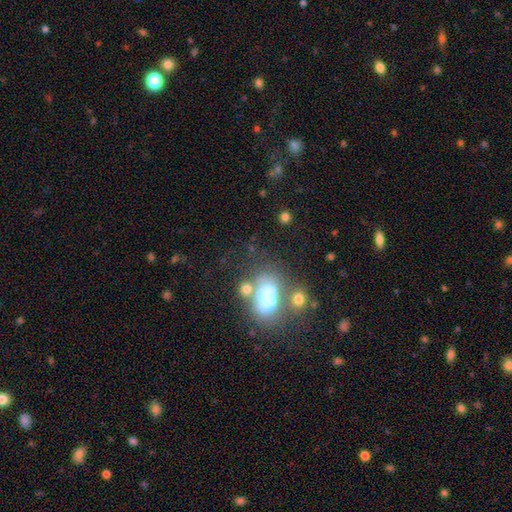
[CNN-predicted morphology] smooth 49%, star or artifact 26%, featured or disk 25%. Down the decision tree: merging — none (43%).